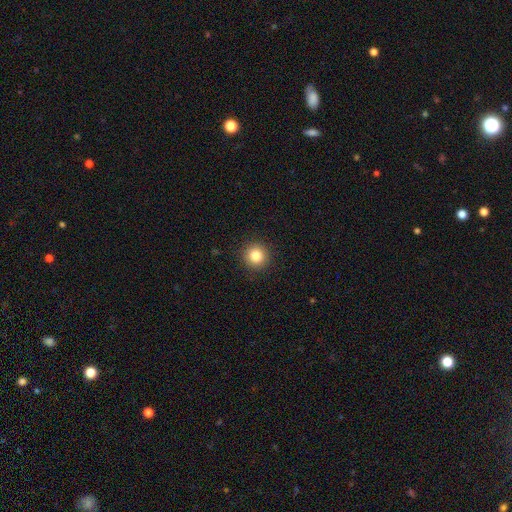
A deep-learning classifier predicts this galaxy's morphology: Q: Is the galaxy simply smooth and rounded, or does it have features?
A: smooth — 83%.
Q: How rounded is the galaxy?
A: round — 94%.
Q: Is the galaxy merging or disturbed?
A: none — 92%.